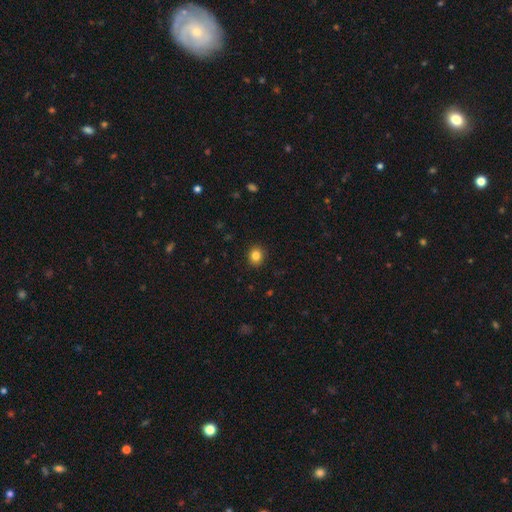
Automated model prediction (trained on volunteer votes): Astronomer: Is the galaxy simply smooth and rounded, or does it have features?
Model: smooth — 84%.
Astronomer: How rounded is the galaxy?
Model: round — 74%.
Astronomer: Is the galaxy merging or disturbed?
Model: none — 91%.